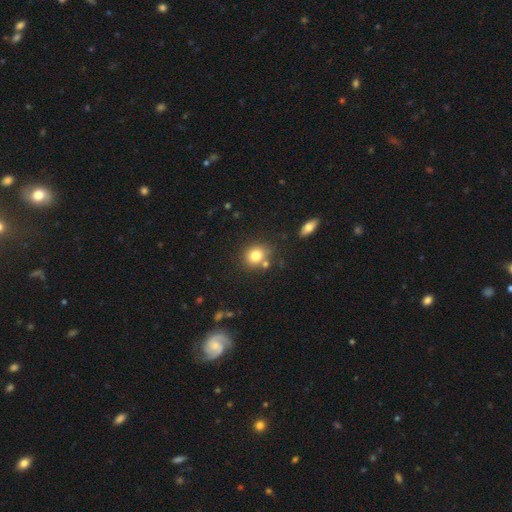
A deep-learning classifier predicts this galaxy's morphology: type=smooth (79%); roundness=round (76%); merging=none (72%).